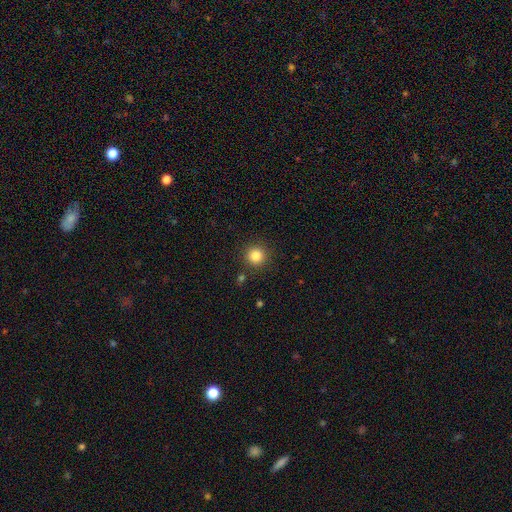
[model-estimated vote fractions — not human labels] smooth 84%, star or artifact 11%, featured or disk 5%. Down the decision tree: how rounded — round (94%); merging — none (89%).